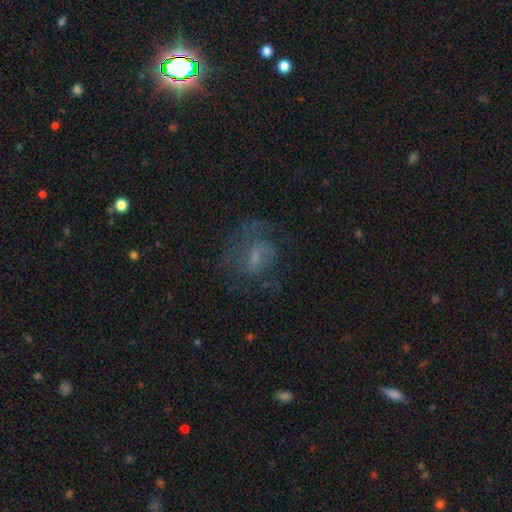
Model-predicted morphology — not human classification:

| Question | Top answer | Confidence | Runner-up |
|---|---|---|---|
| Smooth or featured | featured or disk | 58% | smooth (28%) |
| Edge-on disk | no | 97% | yes (3%) |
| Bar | weak | 48% | no (42%) |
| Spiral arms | yes | 68% | no (32%) |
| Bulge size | small | 54% | moderate (23%) |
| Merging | none | 51% | major disturbance (27%) |